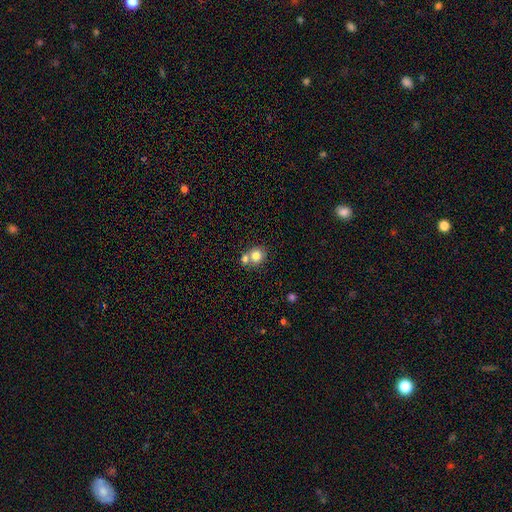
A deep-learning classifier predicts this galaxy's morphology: This appears to be a smooth galaxy with no disk features (79%) that is round (82%). Merging: none (48%).